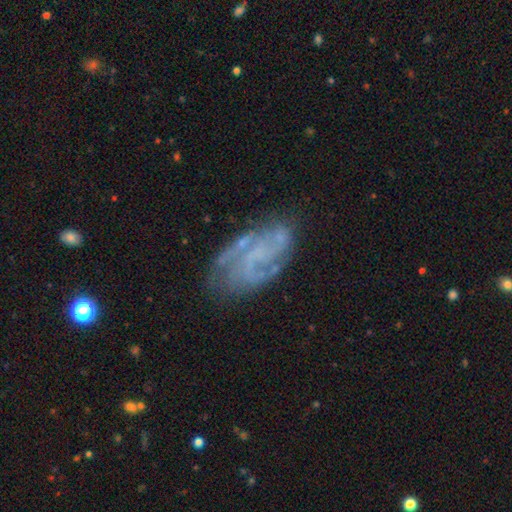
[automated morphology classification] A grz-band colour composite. It shows a featured or disk galaxy (76%) with no bar (61%), 2 (31%) medium (40%) spiral arms (84%) and no central bulge (67%). Merging: none (63%).